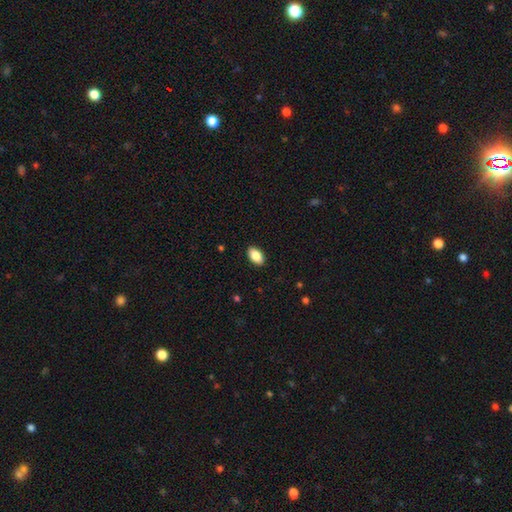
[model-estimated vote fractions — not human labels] Morphology: type=smooth (88%); roundness=in between (93%); merging=none (90%).